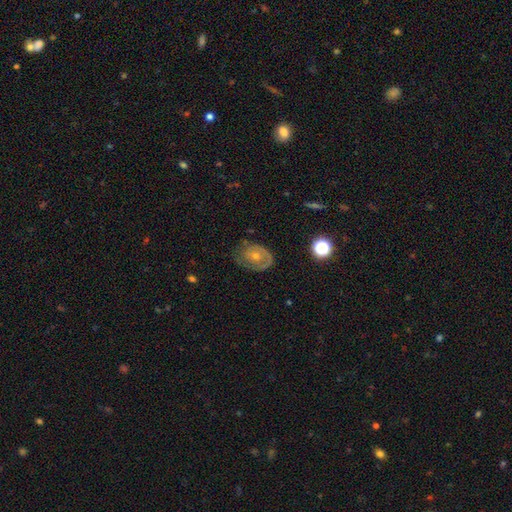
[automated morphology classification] type=featured or disk (72%); edge-on=no (96%); bar=no (79%); spiral arms=yes (82%); winding=tight (62%); arm count=1 (38%); bulge=small (52%); merging=none (71%).